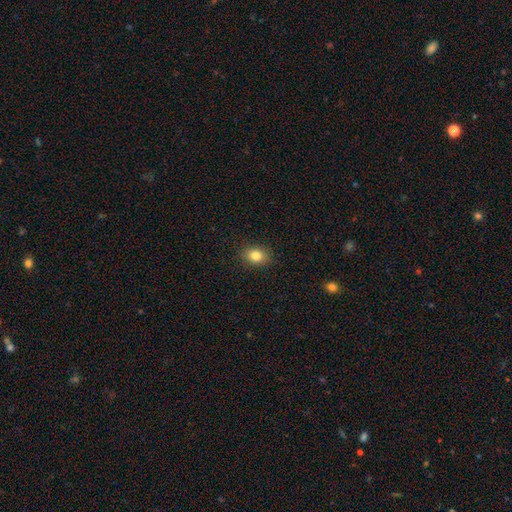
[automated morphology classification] smooth 82%, star or artifact 11%, featured or disk 7%. Down the decision tree: how rounded — in between (59%); merging — none (89%).